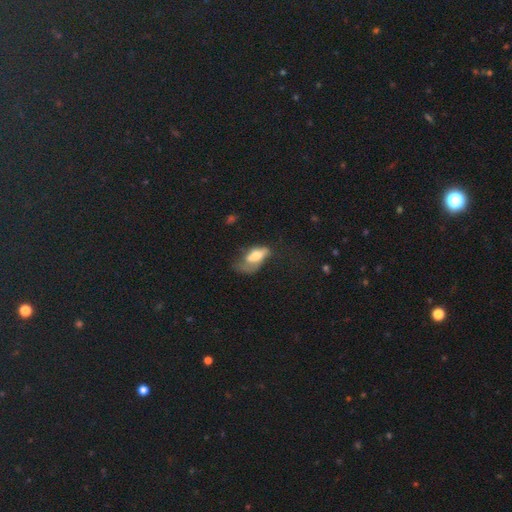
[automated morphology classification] Overall: smooth (64%; featured or disk 27%). How rounded: in between (83%). Merging: major disturbance (49%; minor disturbance 25%).